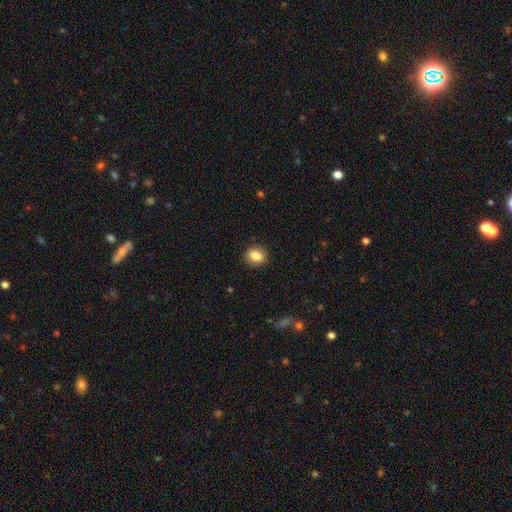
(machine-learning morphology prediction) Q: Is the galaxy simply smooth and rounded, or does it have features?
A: smooth — 85%.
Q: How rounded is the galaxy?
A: round — 60%.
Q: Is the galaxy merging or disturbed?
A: none — 89%.